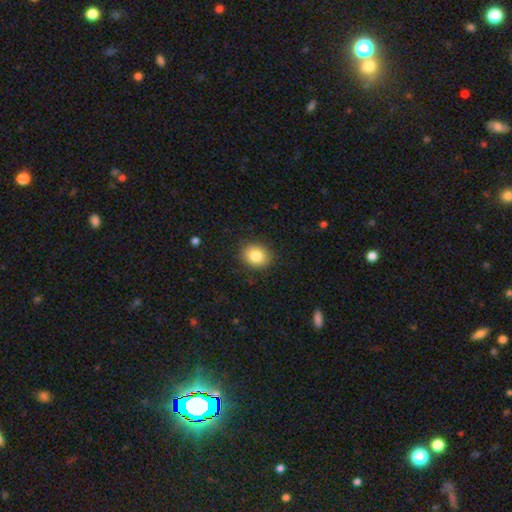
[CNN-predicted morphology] This is clearly a smooth galaxy (85%). How rounded: likely round (61%). Merging: clearly none (88%).